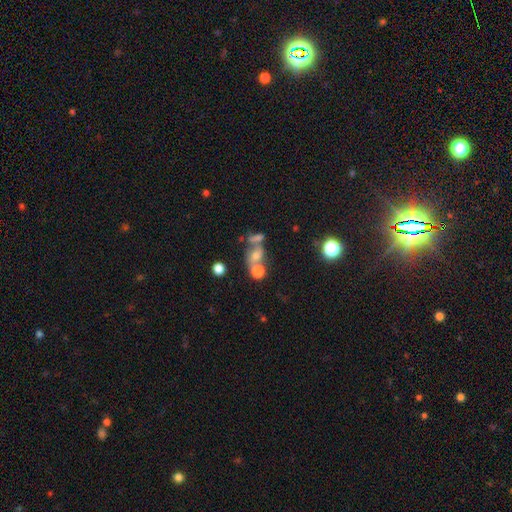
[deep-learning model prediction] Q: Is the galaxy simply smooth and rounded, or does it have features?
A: smooth — 55%.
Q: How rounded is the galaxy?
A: round — 51%.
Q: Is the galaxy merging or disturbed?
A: merger — 44%.